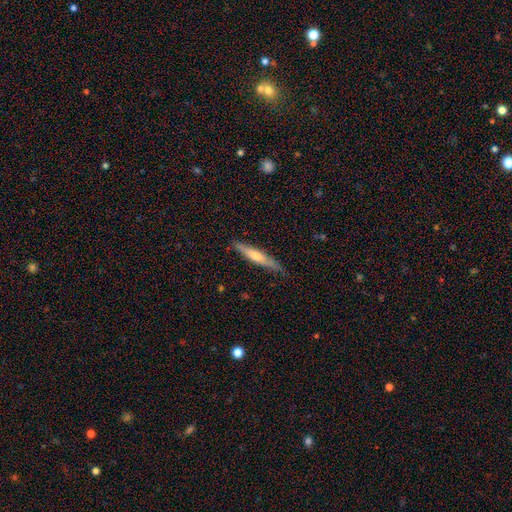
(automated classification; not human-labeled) Smooth or featured? smooth (48%)
Merging? none (84%)